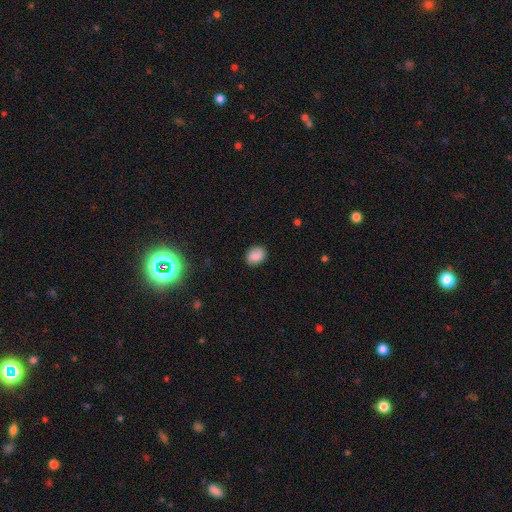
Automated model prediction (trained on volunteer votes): Q: Smooth or featured?
A: smooth (87%); runner-up: star or artifact (8%)
Q: How rounded?
A: in between (57%); runner-up: round (42%)
Q: Merging?
A: none (87%); runner-up: minor disturbance (10%)